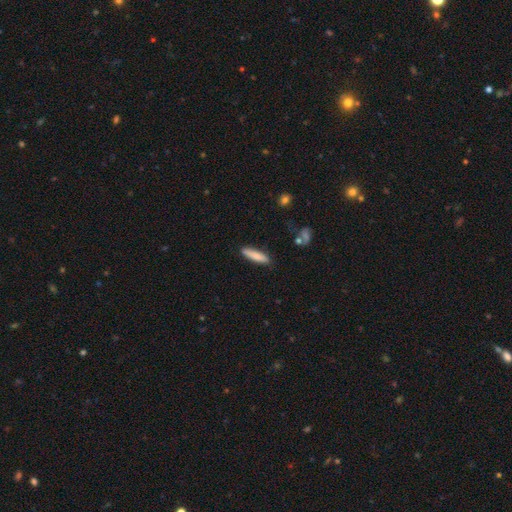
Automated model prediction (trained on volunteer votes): Smooth or featured? smooth (82%)
How rounded? cigar-shaped (75%)
Merging? none (86%)